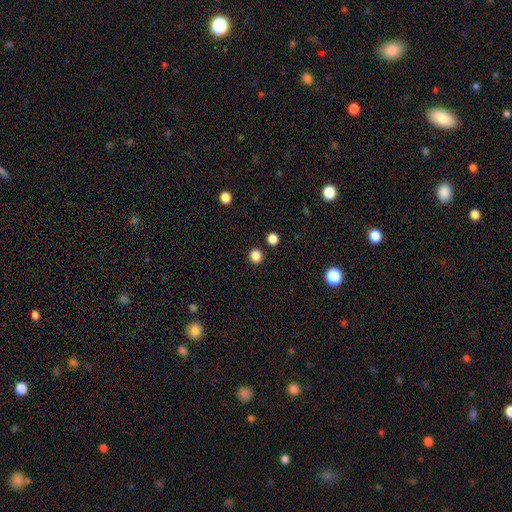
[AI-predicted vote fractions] This appears to be a smooth galaxy with no disk features (85%) that is round (89%). Merging: none (90%).